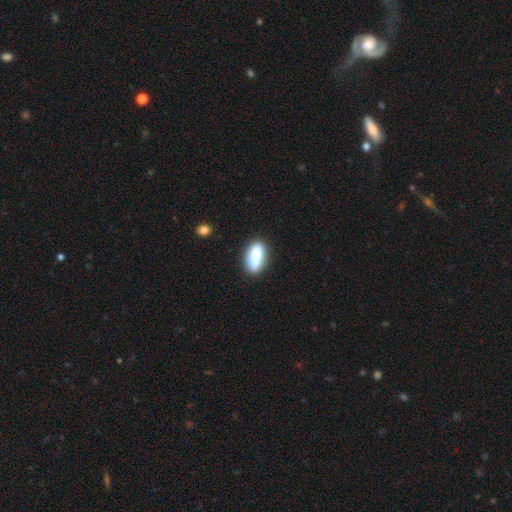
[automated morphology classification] Smooth or featured? smooth (74%)
How rounded? in between (81%)
Merging? none (57%)